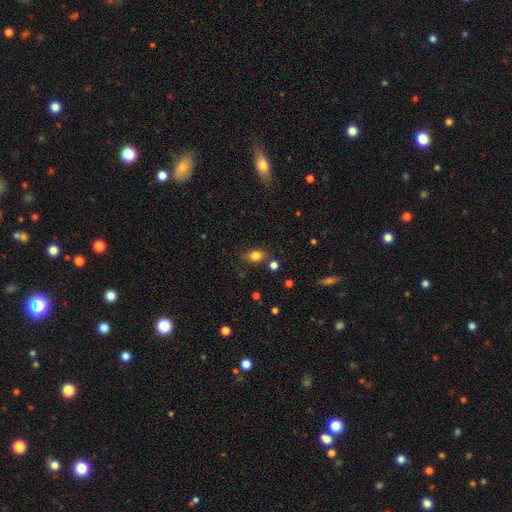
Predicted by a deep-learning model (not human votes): Morphology: type=smooth (81%); roundness=in between (64%); merging=none (75%).